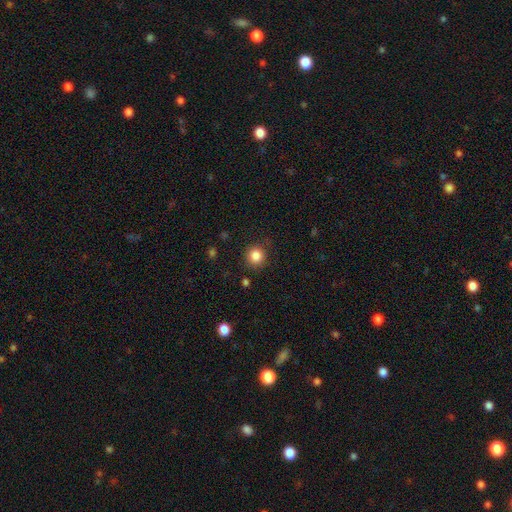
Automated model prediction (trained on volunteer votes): A smooth galaxy with no disk features (85%) that is round (93%). Merging: none (87%).